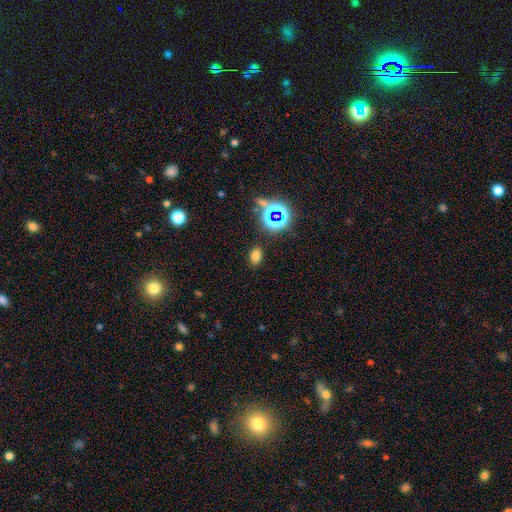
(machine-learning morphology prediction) A smooth galaxy with no disk features (71%) that is in between round and cigar-shaped (80%). Merging: none (85%).